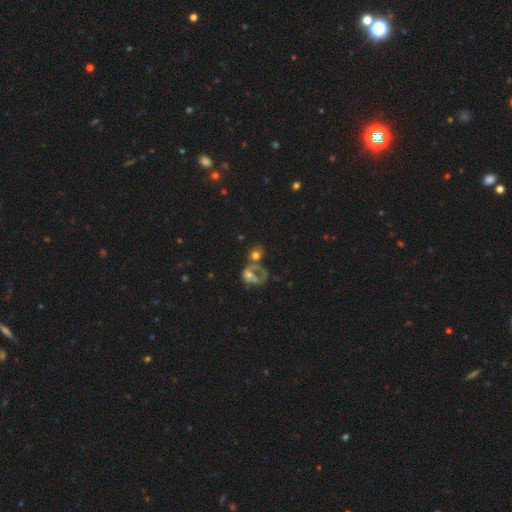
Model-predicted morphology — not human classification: type=smooth (55%); roundness=round (64%); merging=merger (44%).